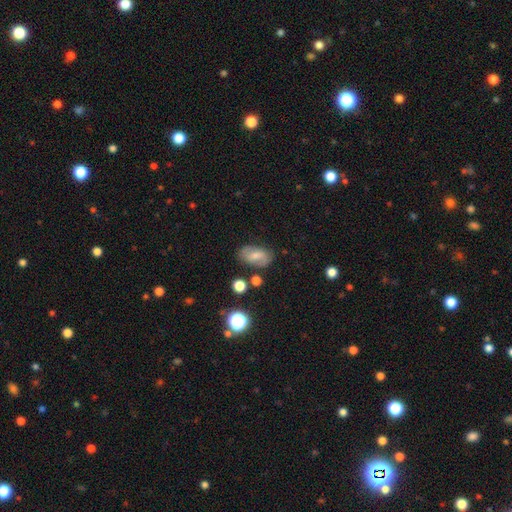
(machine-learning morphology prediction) Smooth or featured: smooth — 56% (featured or disk — 35%)
How rounded: in between — 88% (round — 9%)
Merging: none — 75% (minor disturbance — 16%)